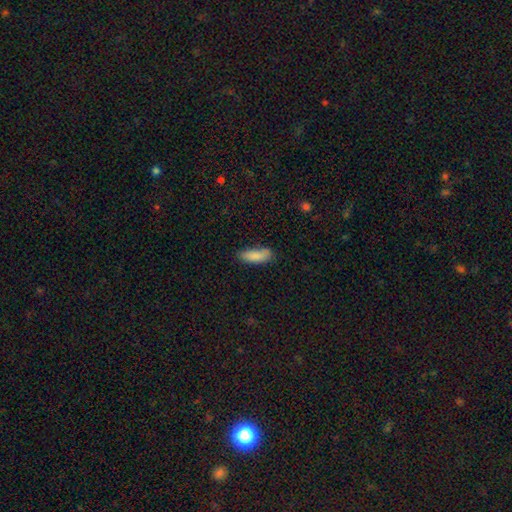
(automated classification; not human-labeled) smooth 86%, featured or disk 7%, star or artifact 7%. Down the decision tree: how rounded — in between (66%); merging — none (64%).